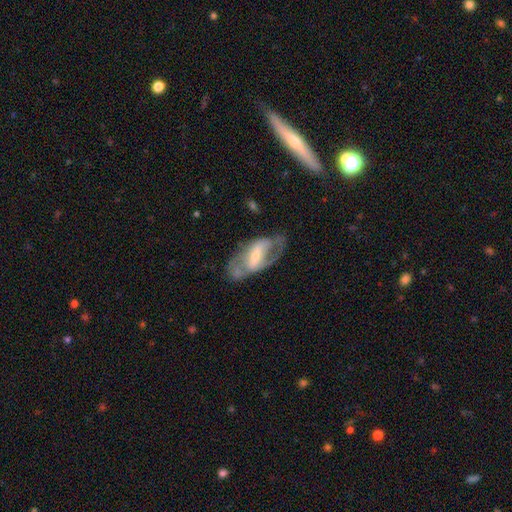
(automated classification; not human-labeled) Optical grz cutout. It shows a featured or disk galaxy (75%) with a strong bar (54%), spiral arms (70%) and a small central bulge (54%). Merging: none (58%).